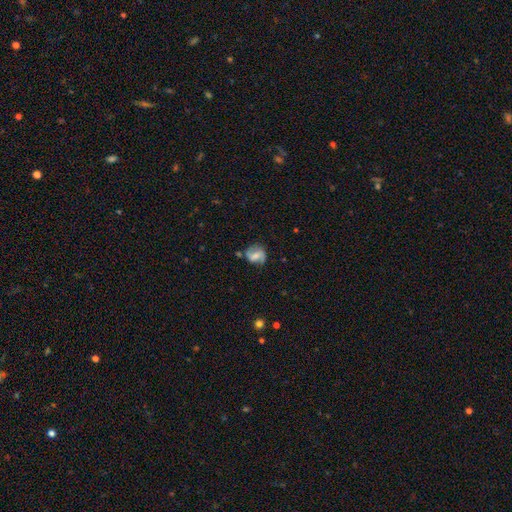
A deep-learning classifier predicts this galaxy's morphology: A featured or disk galaxy (58%) with a weak bar (44%), spiral arms (86%) and a moderate central bulge (39%).

Vote fractions:
- Smooth or featured? featured or disk: 58% / smooth: 34% / star or artifact: 8%
- Edge-on disk? no: 97% / yes: 3%
- Bar? weak: 44% / no: 31% / strong: 25%
- Spiral arms? yes: 86% / no: 14%
- Bulge size? moderate: 39% / small: 35% / none: 17% / large: 7% / dominant: 2%
- Merging? none: 66% / minor disturbance: 21% / major disturbance: 8% / merger: 4%